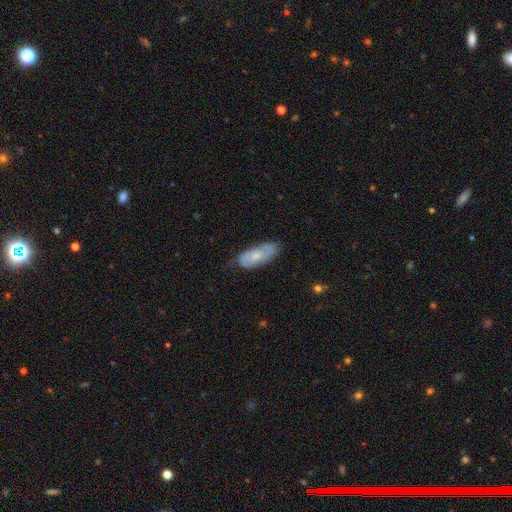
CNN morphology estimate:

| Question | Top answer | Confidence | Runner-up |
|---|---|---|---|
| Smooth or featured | smooth | 53% | featured or disk (41%) |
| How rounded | in between | 78% | cigar-shaped (20%) |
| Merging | none | 64% | minor disturbance (28%) |